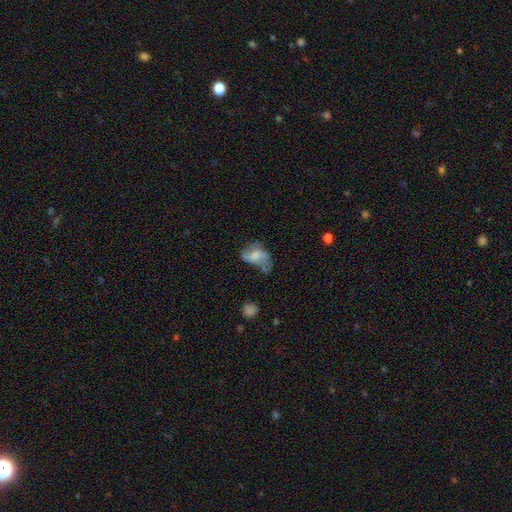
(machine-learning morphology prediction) A smooth galaxy with no disk features (48%). Merging: major disturbance (34%).